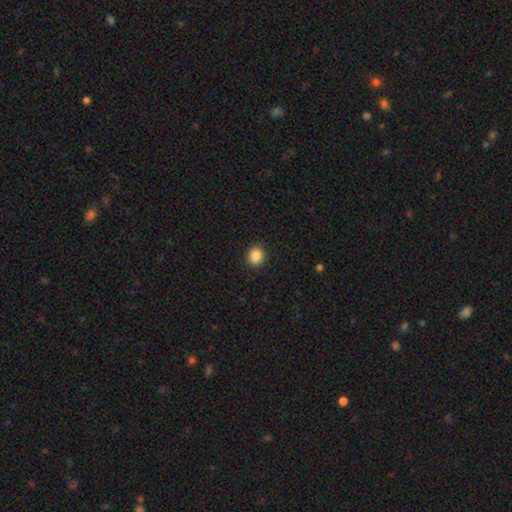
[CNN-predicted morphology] Smooth or featured? Predicted: smooth (p=0.87). How rounded? Predicted: round (p=0.65). Merging? Predicted: none (p=0.91).